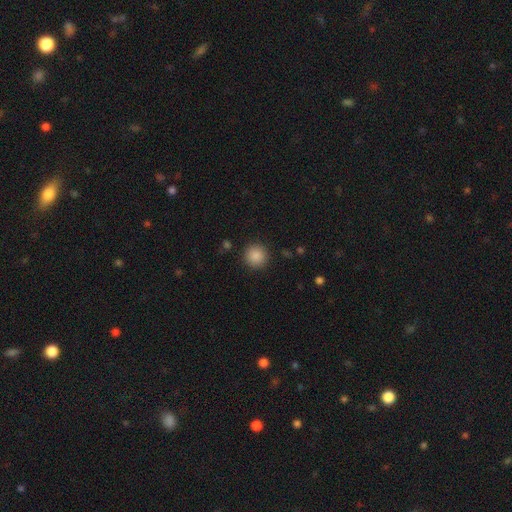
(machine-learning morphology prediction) Smooth or featured? Predicted: smooth (p=0.87). How rounded? Predicted: round (p=0.94). Merging? Predicted: none (p=0.91).